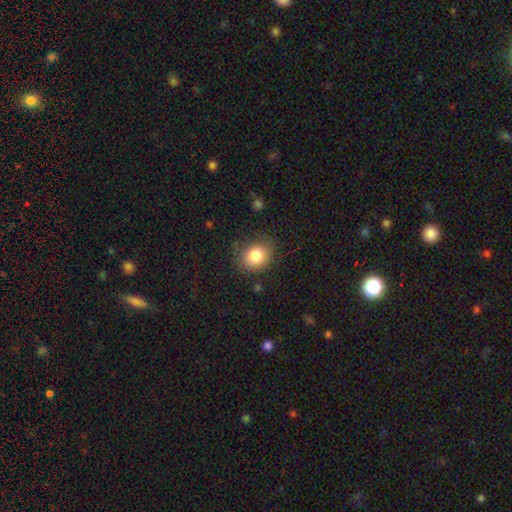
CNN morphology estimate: This appears to be a smooth galaxy with no disk features (82%) that is round (57%). Merging: none (78%).